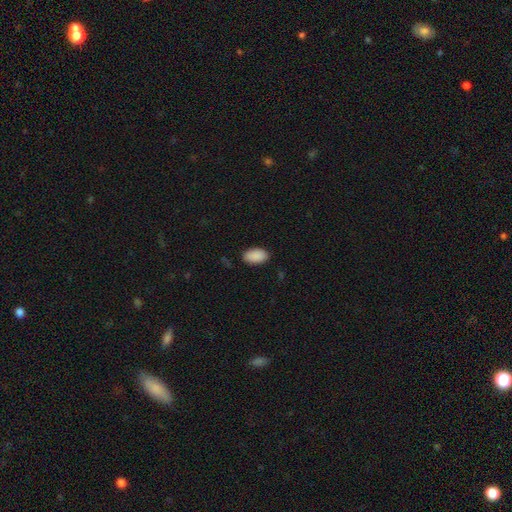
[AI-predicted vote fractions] The model was most divided on "merging": none: 87%, minor disturbance: 10%, major disturbance: 2%, merger: 1%. More confident: how rounded — in between (95%); smooth or featured — smooth (91%).